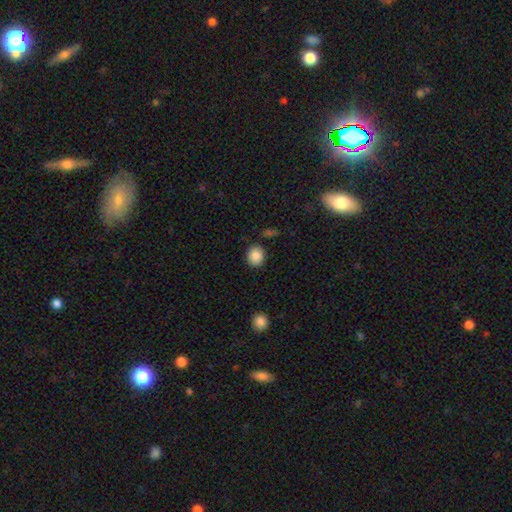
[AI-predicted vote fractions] Smooth or featured? smooth (87%)
How rounded? round (70%)
Merging? none (85%)